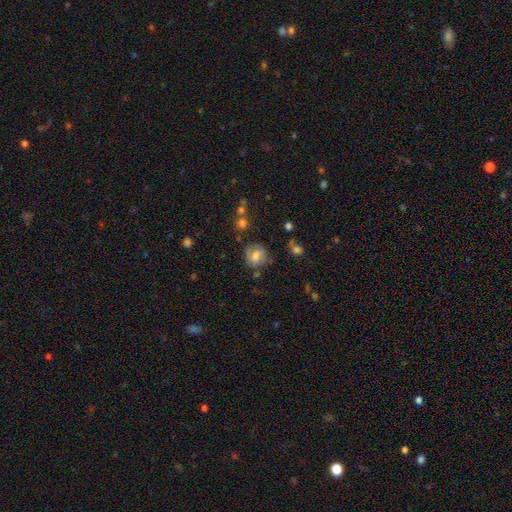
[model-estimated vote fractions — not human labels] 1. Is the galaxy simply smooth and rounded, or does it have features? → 60% smooth, 29% featured or disk, 11% star or artifact.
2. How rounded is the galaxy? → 73% round, 26% in between, 1% cigar-shaped.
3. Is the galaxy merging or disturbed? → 68% none, 19% minor disturbance, 7% major disturbance, 5% merger.